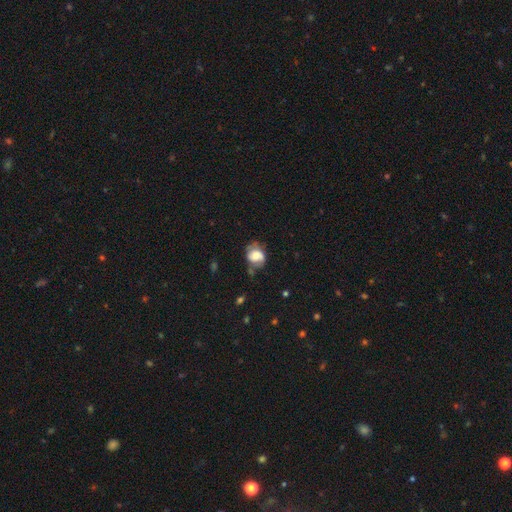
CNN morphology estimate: Smooth or featured: smooth — 53% (featured or disk — 39%)
How rounded: round — 55% (in between — 43%)
Merging: none — 52% (minor disturbance — 30%)